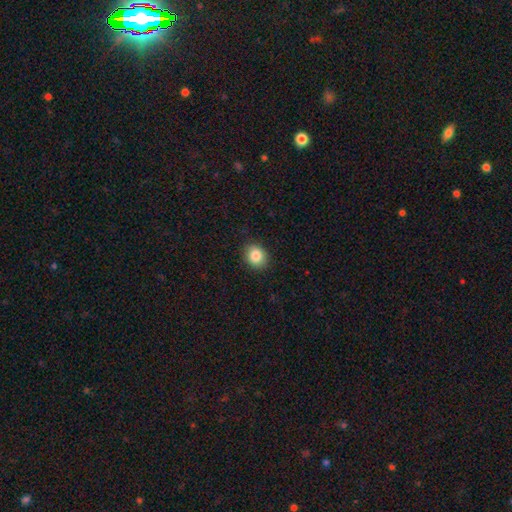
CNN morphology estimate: smooth_or_featured: smooth (p=0.85) [alt: star or artifact p=0.09]
how_rounded: round (p=0.59) [alt: in between p=0.40]
merging: none (p=0.89) [alt: minor disturbance p=0.08]